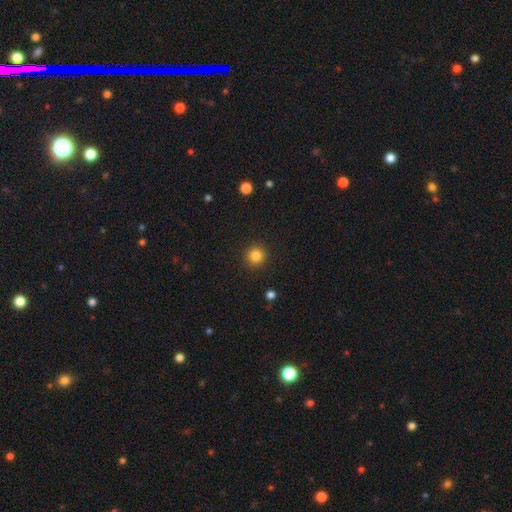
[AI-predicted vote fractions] The model was most divided on "smooth or featured": smooth: 84%, star or artifact: 11%, featured or disk: 5%. More confident: how rounded — round (94%); merging — none (92%).